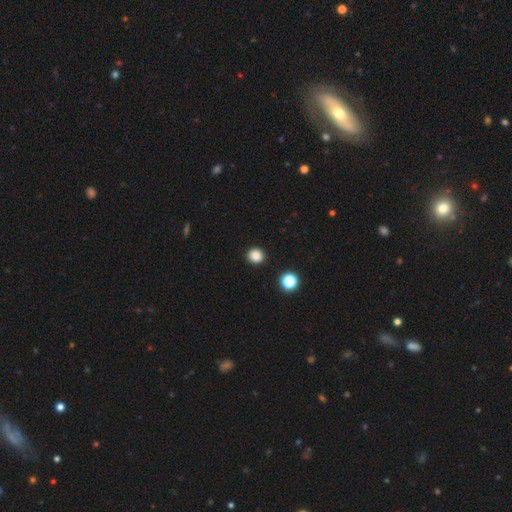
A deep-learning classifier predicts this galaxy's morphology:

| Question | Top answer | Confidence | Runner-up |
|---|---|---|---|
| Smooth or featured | smooth | 85% | star or artifact (12%) |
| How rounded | round | 91% | in between (8%) |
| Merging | none | 92% | minor disturbance (5%) |